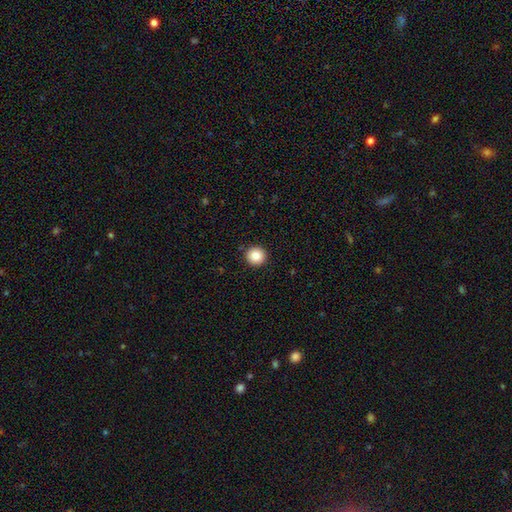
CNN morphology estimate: smooth 85%, star or artifact 9%, featured or disk 5%. Down the decision tree: how rounded — round (96%); merging — none (93%).